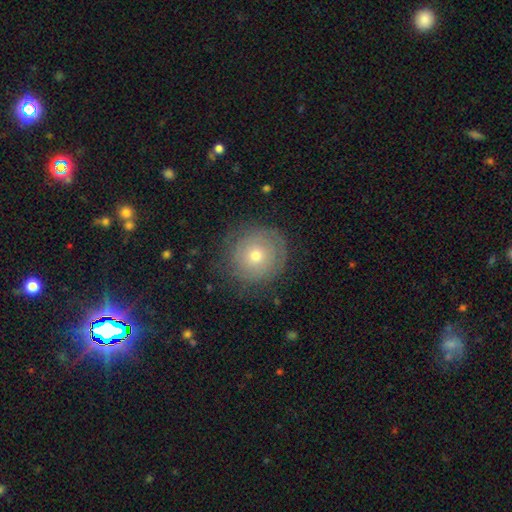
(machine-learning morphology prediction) The model was most divided on "smooth or featured": featured or disk: 47%, smooth: 44%, star or artifact: 10%. More confident: merging — none (80%).